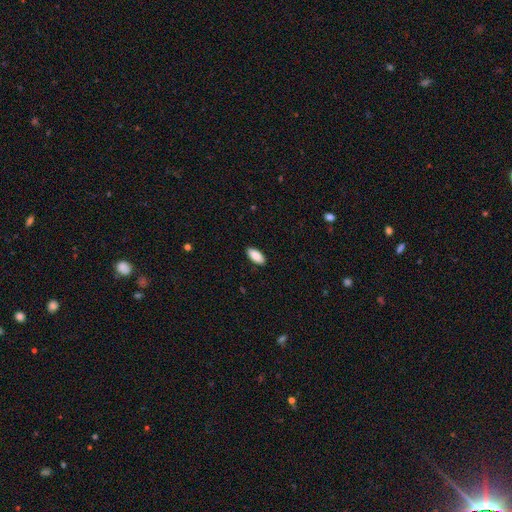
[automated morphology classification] Smooth or featured? Predicted: smooth (p=0.90). How rounded? Predicted: in between (p=0.89). Merging? Predicted: none (p=0.90).